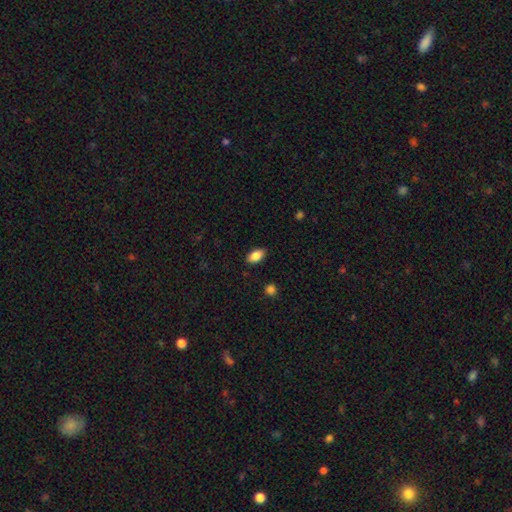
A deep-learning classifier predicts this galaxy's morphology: A smooth galaxy with no disk features (87%) that is in between round and cigar-shaped (92%).

Vote fractions:
- Smooth or featured? smooth: 87% / star or artifact: 8% / featured or disk: 6%
- How rounded? in between: 92% / round: 5% / cigar-shaped: 2%
- Merging? none: 88% / minor disturbance: 9% / major disturbance: 2% / merger: 1%